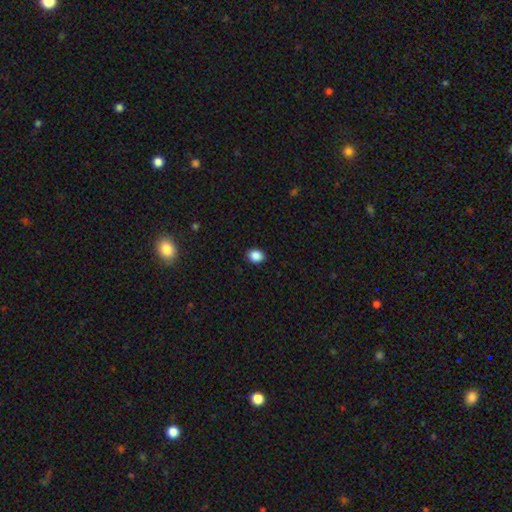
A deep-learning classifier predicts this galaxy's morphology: A smooth galaxy with no disk features (88%) that is round (52%). Merging: none (89%).